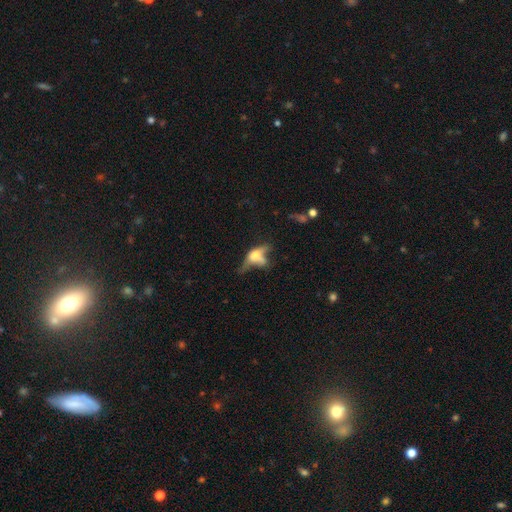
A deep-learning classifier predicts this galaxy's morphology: A featured or disk galaxy (49%). Merging: none (31%, tied with major disturbance).